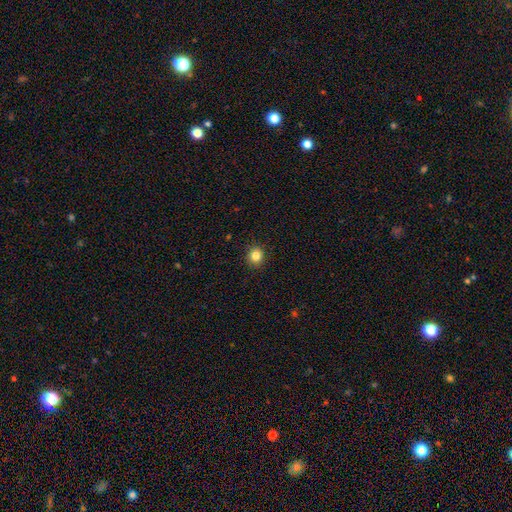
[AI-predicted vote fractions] Smooth or featured? smooth (84%)
How rounded? round (89%)
Merging? none (92%)